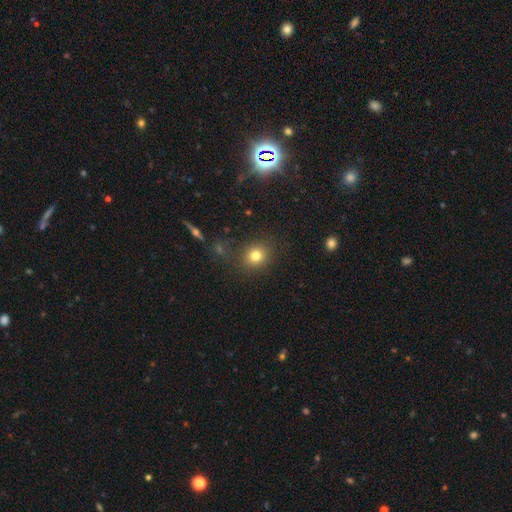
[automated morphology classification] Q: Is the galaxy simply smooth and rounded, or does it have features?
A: smooth — 79%.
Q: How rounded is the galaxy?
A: round — 83%.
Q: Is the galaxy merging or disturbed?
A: none — 84%.